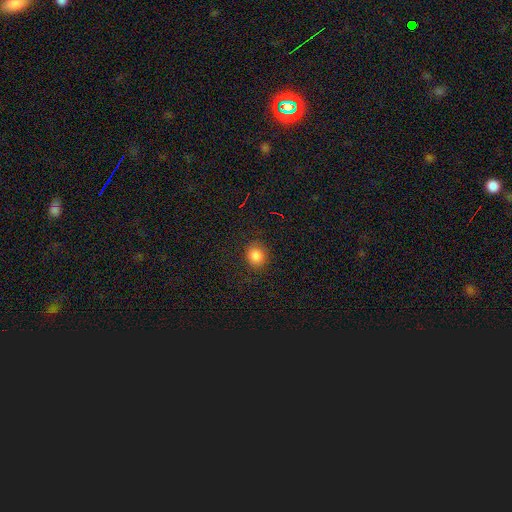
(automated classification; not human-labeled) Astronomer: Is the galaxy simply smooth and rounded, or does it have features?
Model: smooth — 84%.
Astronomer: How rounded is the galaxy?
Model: round — 77%.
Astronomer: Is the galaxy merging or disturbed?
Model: none — 85%.